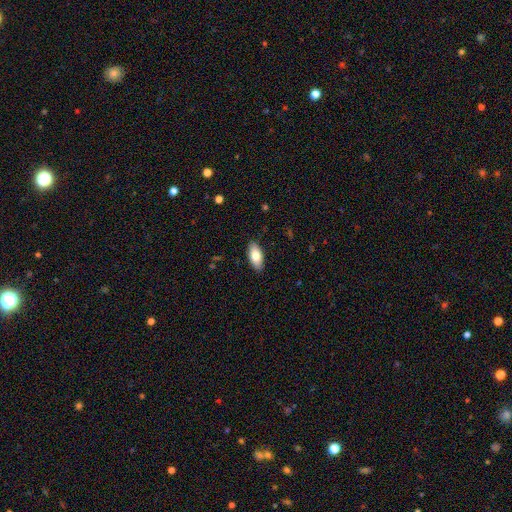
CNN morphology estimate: Smooth or featured: smooth — 77% (featured or disk — 16%)
How rounded: in between — 88% (cigar-shaped — 9%)
Merging: none — 88% (minor disturbance — 9%)